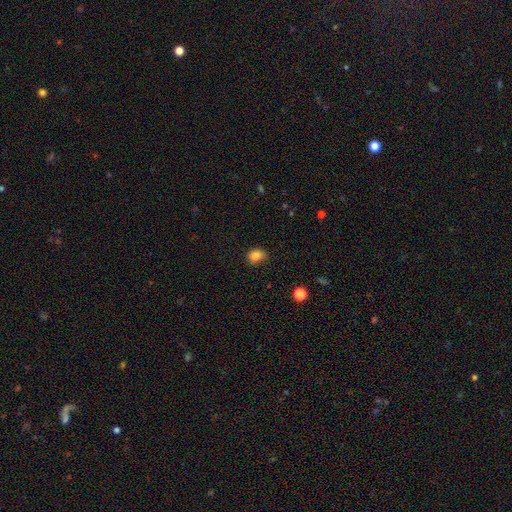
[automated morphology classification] Overall: smooth (83%). How rounded: round (56%; in between 43%). Merging: none (69%).